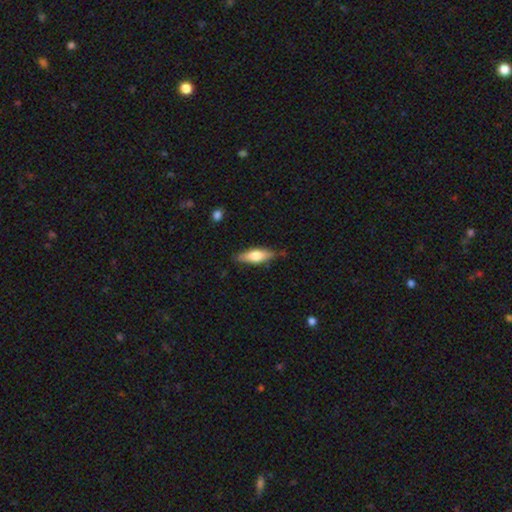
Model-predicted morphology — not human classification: smooth_or_featured: smooth (p=0.62) [alt: featured or disk p=0.32]
how_rounded: in between (p=0.54) [alt: cigar-shaped p=0.43]
merging: none (p=0.80) [alt: minor disturbance p=0.15]